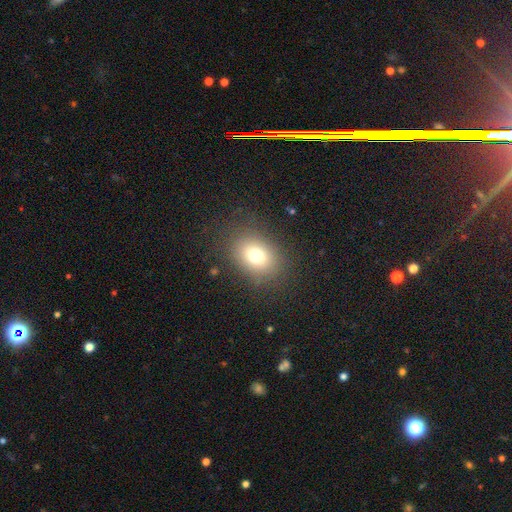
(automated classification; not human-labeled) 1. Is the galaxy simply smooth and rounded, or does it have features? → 73% smooth, 15% star or artifact, 12% featured or disk.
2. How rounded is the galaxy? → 58% in between, 41% round, 1% cigar-shaped.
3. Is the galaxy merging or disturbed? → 82% none, 10% minor disturbance, 6% major disturbance, 1% merger.